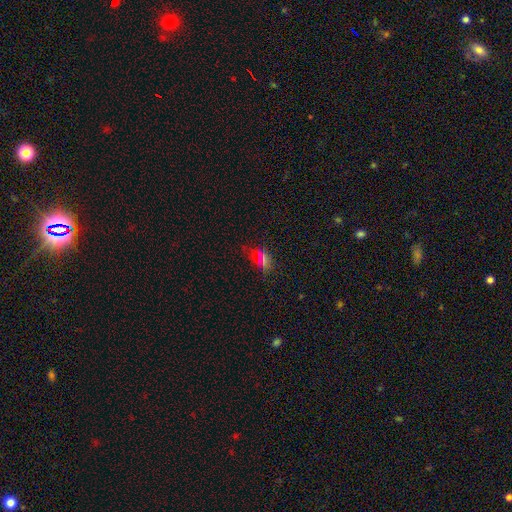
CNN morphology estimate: The model was most divided on "smooth or featured": star or artifact: 45%, smooth: 44%, featured or disk: 10%.